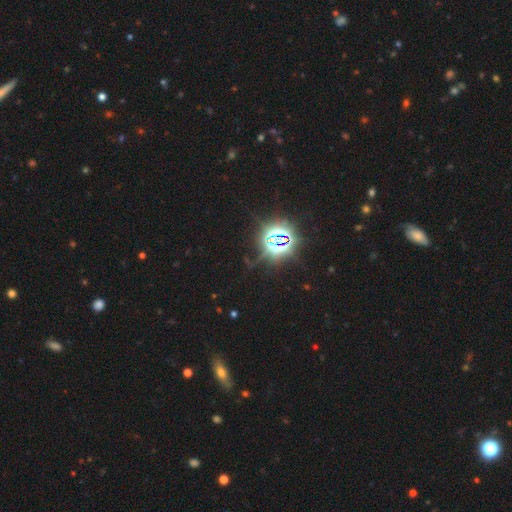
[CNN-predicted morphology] A star or artifact, not a galaxy (75%).